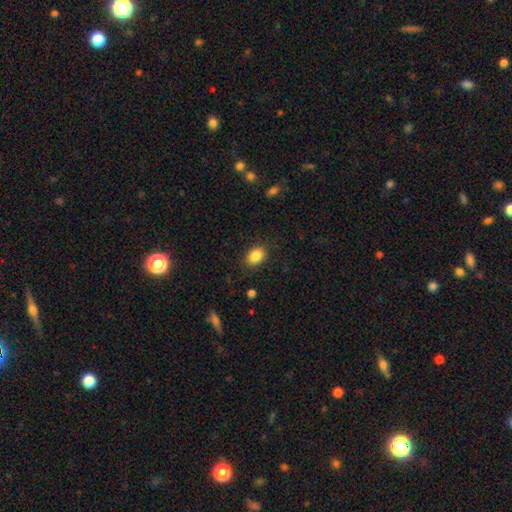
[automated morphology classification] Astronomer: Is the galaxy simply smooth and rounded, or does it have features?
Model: smooth — 86%.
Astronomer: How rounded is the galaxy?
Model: in between — 65%.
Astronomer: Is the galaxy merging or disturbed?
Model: none — 85%.